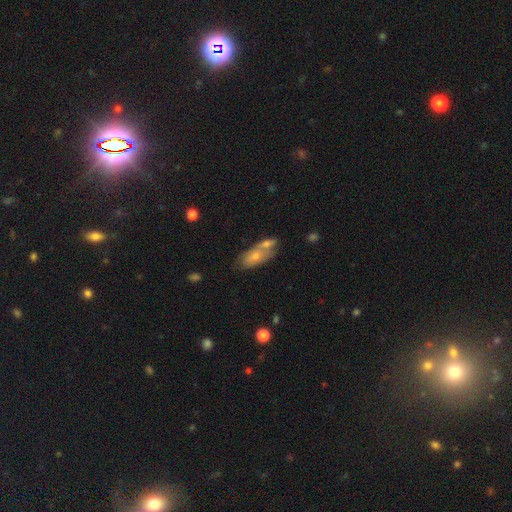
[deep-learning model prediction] Smooth or featured?
  - smooth: 65% *
  - featured or disk: 27%
  - star or artifact: 7%
How rounded?
  - in between: 85% *
  - cigar-shaped: 11%
  - round: 4%
Merging?
  - merger: 41% *
  - none: 36%
  - minor disturbance: 17%
  - major disturbance: 6%